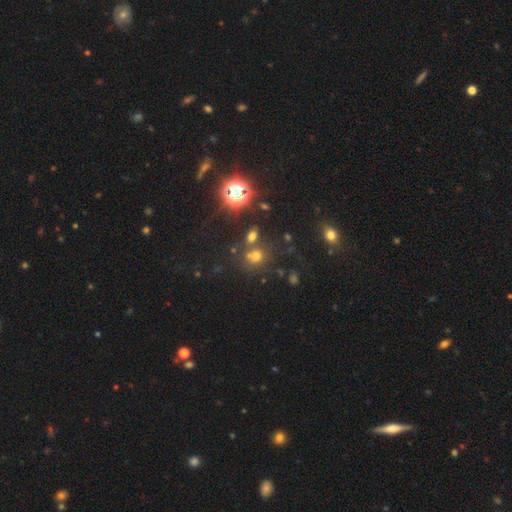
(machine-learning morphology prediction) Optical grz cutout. It shows a smooth galaxy with no disk features (55%) that is round (74%). Merging: none (56%).